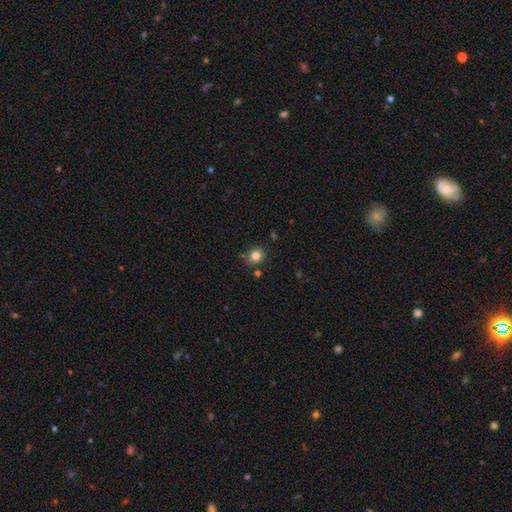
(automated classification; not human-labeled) Smooth or featured?
  - smooth: 82% *
  - star or artifact: 12%
  - featured or disk: 6%
How rounded?
  - round: 79% *
  - in between: 21%
  - cigar-shaped: 1%
Merging?
  - none: 80% *
  - minor disturbance: 12%
  - merger: 5%
  - major disturbance: 3%